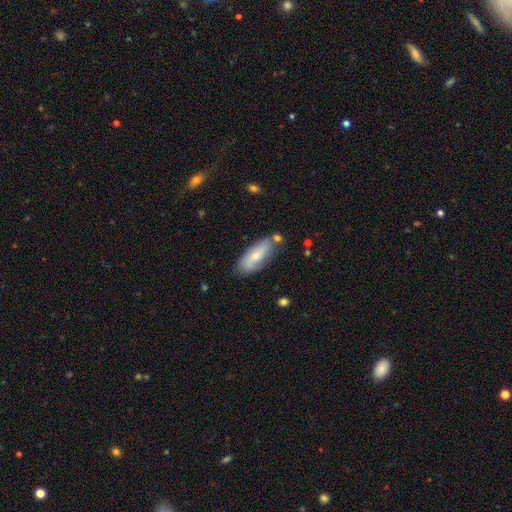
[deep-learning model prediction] Smooth or featured? Predicted: smooth (p=0.55). How rounded? Predicted: in between (p=0.70). Merging? Predicted: none (p=0.70).